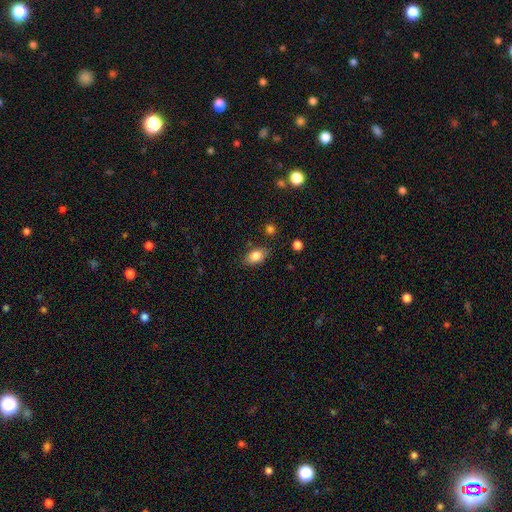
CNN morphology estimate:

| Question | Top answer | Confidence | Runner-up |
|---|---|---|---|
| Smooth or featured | smooth | 83% | star or artifact (9%) |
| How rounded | in between | 82% | round (15%) |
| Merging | none | 81% | minor disturbance (14%) |